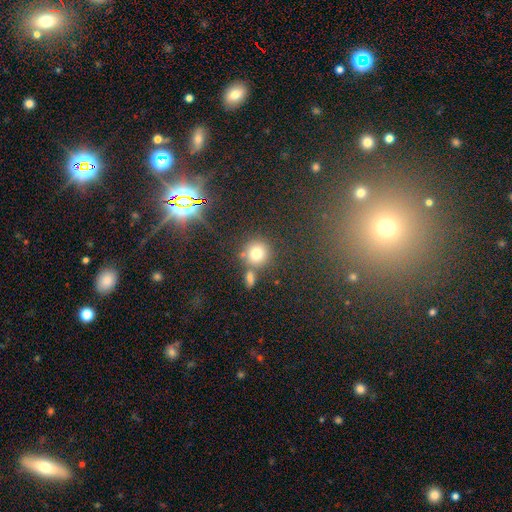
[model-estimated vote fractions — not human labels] Smooth or featured? smooth (74%)
How rounded? round (89%)
Merging? none (66%)